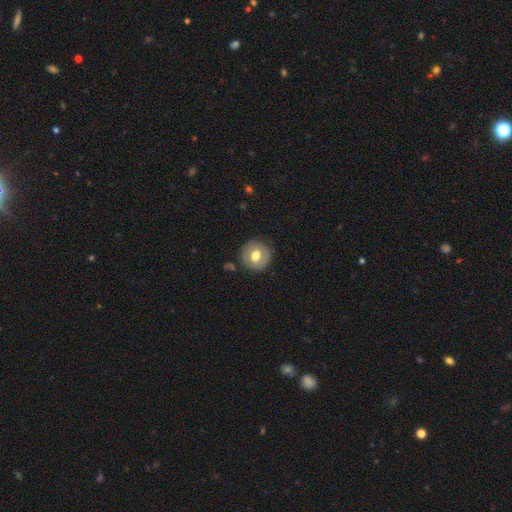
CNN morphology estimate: This is likely a smooth galaxy (60%). How rounded: clearly round (91%). Merging: clearly none (85%).